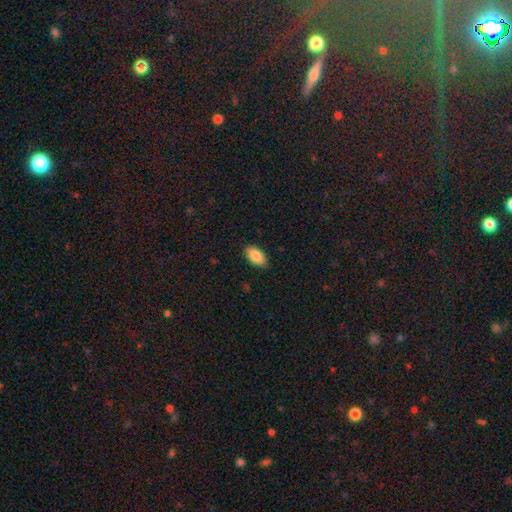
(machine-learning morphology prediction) Smooth or featured?
  - smooth: 87% *
  - star or artifact: 7%
  - featured or disk: 7%
How rounded?
  - in between: 95% *
  - round: 3%
  - cigar-shaped: 2%
Merging?
  - none: 89% *
  - minor disturbance: 8%
  - major disturbance: 2%
  - merger: 1%